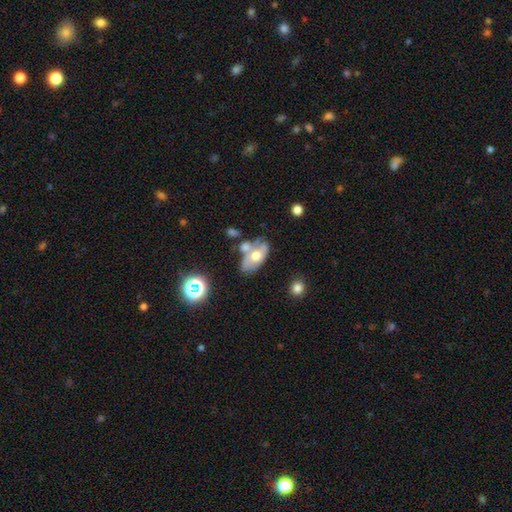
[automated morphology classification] This is possibly a smooth galaxy (48%). Merging: marginally none (37%).